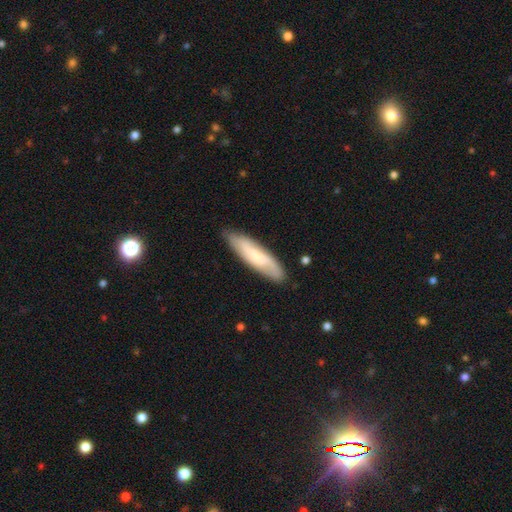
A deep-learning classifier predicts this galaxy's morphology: Overall: smooth (54%; featured or disk 39%). How rounded: cigar-shaped (71%). Merging: none (82%).